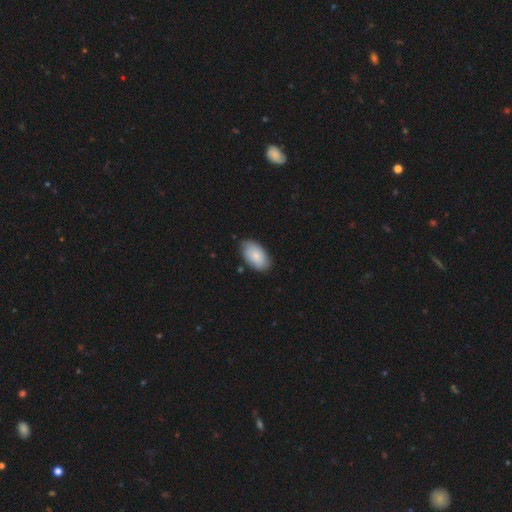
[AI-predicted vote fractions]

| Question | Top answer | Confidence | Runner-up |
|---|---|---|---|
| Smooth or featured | smooth | 82% | featured or disk (13%) |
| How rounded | in between | 95% | round (4%) |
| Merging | none | 80% | minor disturbance (15%) |